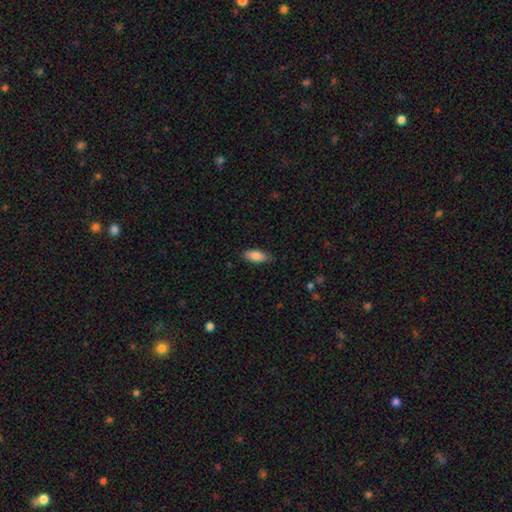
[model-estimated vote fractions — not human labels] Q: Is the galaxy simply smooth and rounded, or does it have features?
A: smooth — 84%.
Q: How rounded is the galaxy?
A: in between — 83%.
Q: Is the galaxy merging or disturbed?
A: none — 84%.